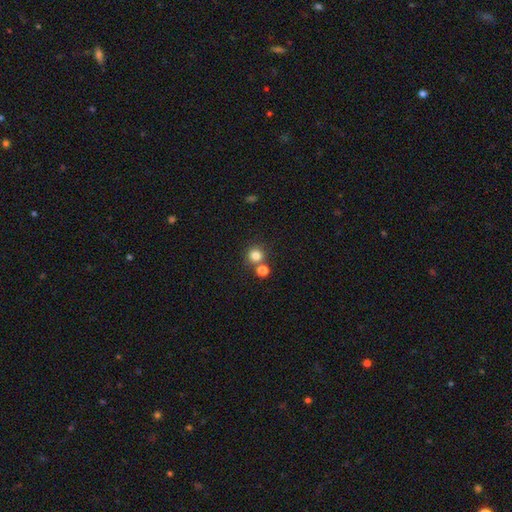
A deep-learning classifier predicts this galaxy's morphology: smooth-or-featured: smooth: 81% | star or artifact: 13% | featured or disk: 6%
  how-rounded: round: 92% | in between: 7% | cigar-shaped: 1%
  merging: none: 67% | merger: 23% | minor disturbance: 7% | major disturbance: 3%